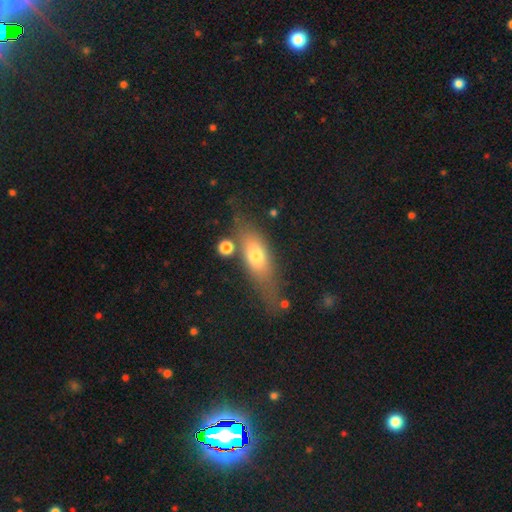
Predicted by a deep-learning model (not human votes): A smooth galaxy with no disk features (62%) that is in between round and cigar-shaped (57%).

Vote fractions:
- Smooth or featured? smooth: 62% / featured or disk: 30% / star or artifact: 8%
- How rounded? in between: 57% / cigar-shaped: 38% / round: 5%
- Merging? none: 63% / minor disturbance: 20% / major disturbance: 10% / merger: 7%